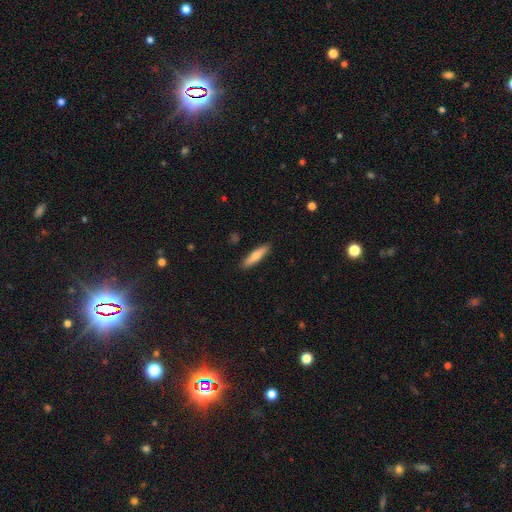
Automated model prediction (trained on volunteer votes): smooth 71%, featured or disk 24%, star or artifact 6%. Down the decision tree: how rounded — cigar-shaped (80%); merging — none (90%).